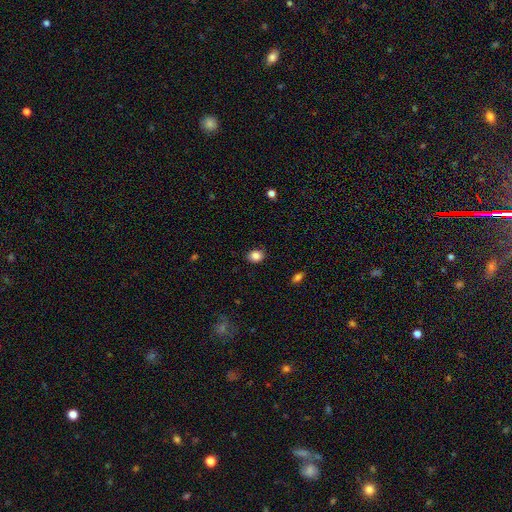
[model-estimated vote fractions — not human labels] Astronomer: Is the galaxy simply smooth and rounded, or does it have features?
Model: smooth — 86%.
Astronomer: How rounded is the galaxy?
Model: round — 51% (runner-up: in between, 48%).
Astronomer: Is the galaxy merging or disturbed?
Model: none — 86%.